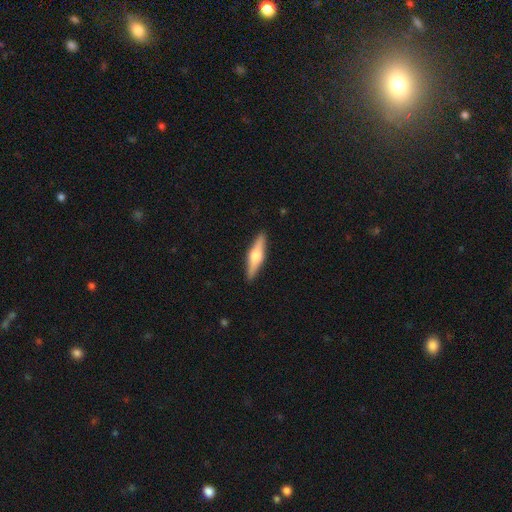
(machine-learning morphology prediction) Smooth or featured: featured or disk — 61% (smooth — 34%)
Edge-on disk: yes — 96% (no — 4%)
Edge-on bulge: rounded — 92% (boxy — 6%)
Merging: none — 91% (minor disturbance — 7%)